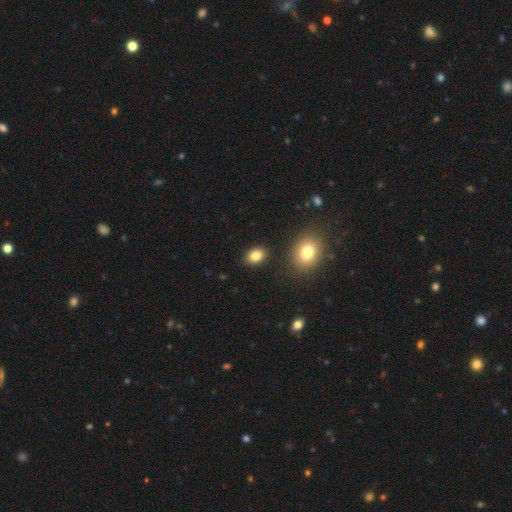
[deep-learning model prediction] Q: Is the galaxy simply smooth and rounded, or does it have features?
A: smooth — 84%.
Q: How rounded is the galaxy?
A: in between — 70%.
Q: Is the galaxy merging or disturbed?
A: none — 86%.